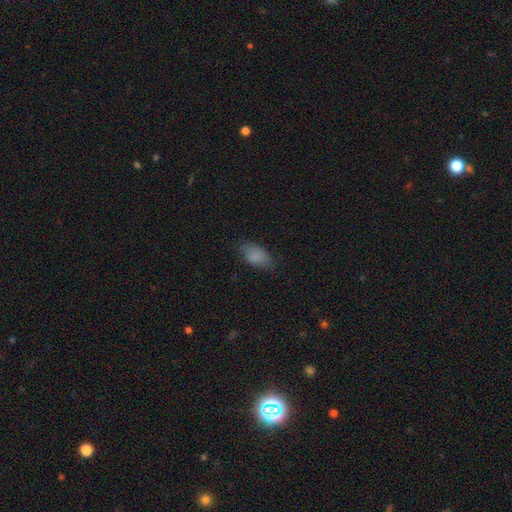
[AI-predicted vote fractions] smooth-or-featured: smooth: 84% | star or artifact: 9% | featured or disk: 7%
  how-rounded: in between: 92% | round: 4% | cigar-shaped: 3%
  merging: none: 70% | minor disturbance: 23% | major disturbance: 6% | merger: 1%